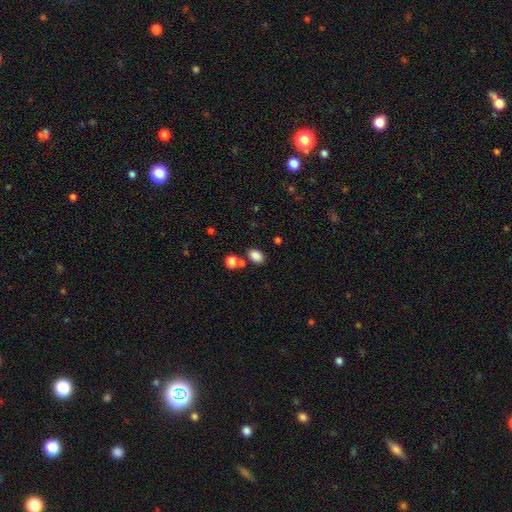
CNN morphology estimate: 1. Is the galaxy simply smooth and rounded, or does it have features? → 84% smooth, 10% star or artifact, 5% featured or disk.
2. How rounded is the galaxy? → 78% in between, 21% round, 1% cigar-shaped.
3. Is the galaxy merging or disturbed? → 73% none, 14% merger, 10% minor disturbance, 3% major disturbance.